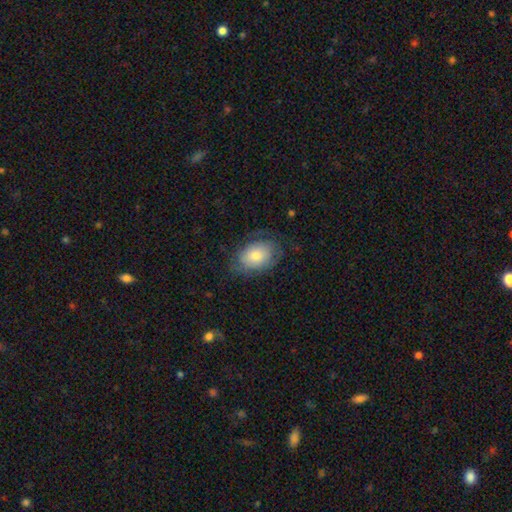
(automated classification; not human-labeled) Overall: smooth (62%; featured or disk 31%). How rounded: in between (81%). Merging: none (63%; minor disturbance 23%).